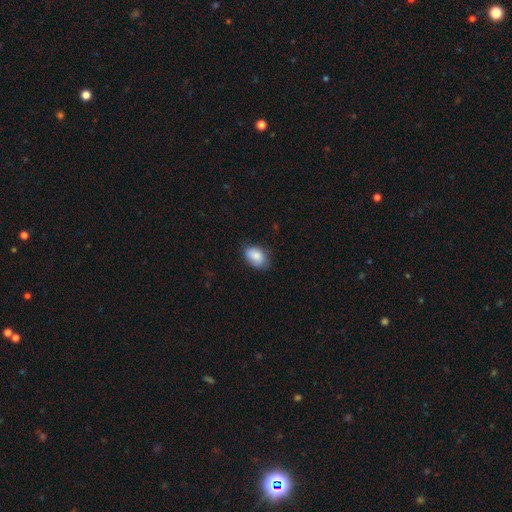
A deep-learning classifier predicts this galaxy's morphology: This appears to be a smooth galaxy with no disk features (86%) that is in between round and cigar-shaped (85%). Merging: none (71%).